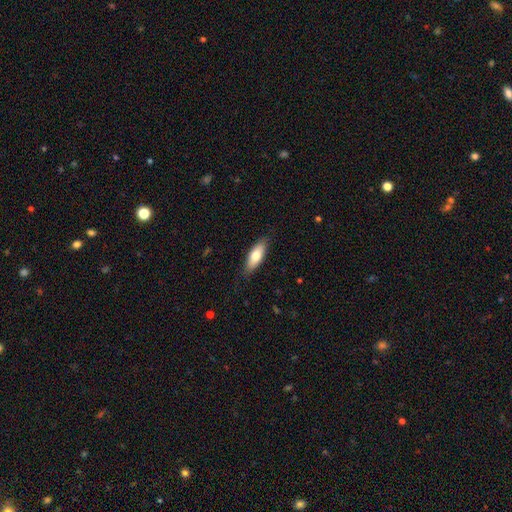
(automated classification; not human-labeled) Overall: smooth (74%). How rounded: in between (66%; cigar-shaped 32%). Merging: none (85%).